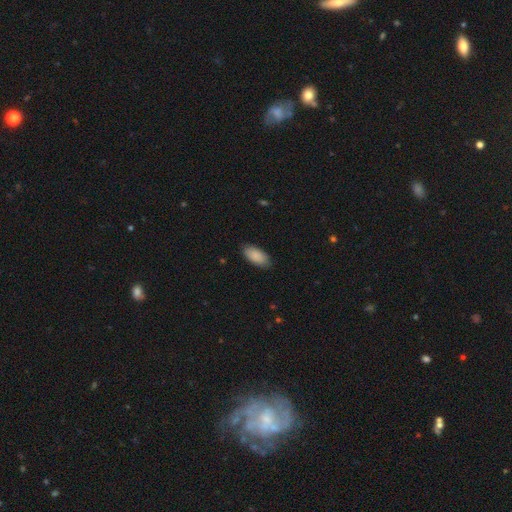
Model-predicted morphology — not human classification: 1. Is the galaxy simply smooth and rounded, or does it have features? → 90% smooth, 6% star or artifact, 4% featured or disk.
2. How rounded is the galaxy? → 92% in between, 6% cigar-shaped, 2% round.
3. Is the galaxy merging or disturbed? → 86% none, 11% minor disturbance, 2% major disturbance, 1% merger.